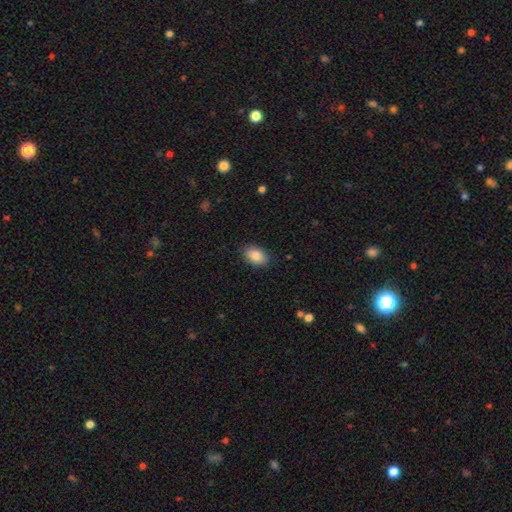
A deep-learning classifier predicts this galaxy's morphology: A smooth galaxy with no disk features (87%) that is in between round and cigar-shaped (88%). Merging: none (86%).